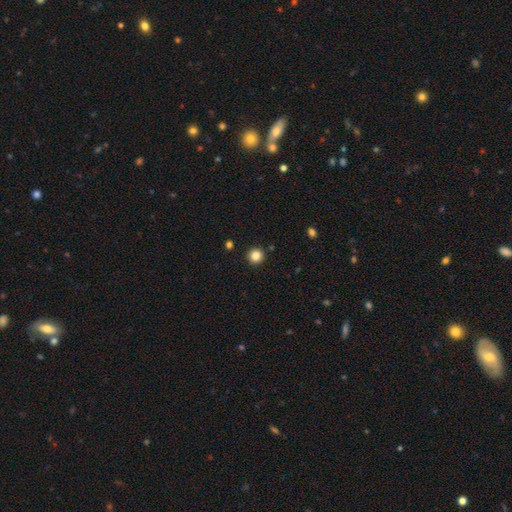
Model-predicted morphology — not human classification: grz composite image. It shows a smooth galaxy with no disk features (85%) that is round (95%). Merging: none (92%).